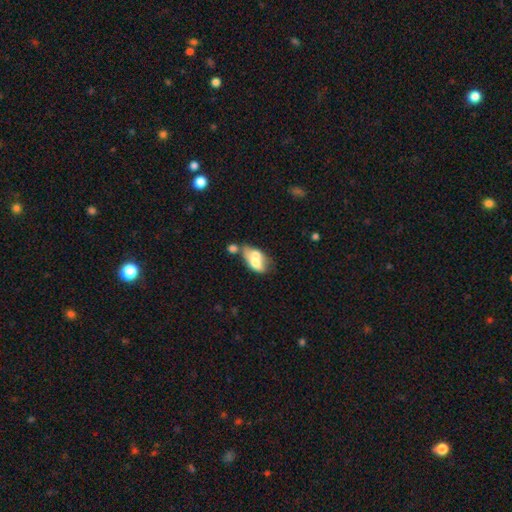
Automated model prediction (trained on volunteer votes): Q: Smooth or featured?
A: smooth (56%); runner-up: featured or disk (36%)
Q: How rounded?
A: in between (86%); runner-up: round (9%)
Q: Merging?
A: merger (59%); runner-up: none (18%)